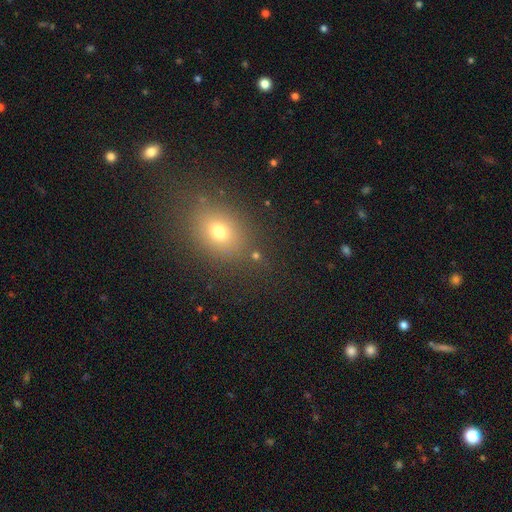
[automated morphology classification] Smooth or featured? Predicted: smooth (p=0.63). How rounded? Predicted: in between (p=0.52). Merging? Predicted: none (p=0.78).